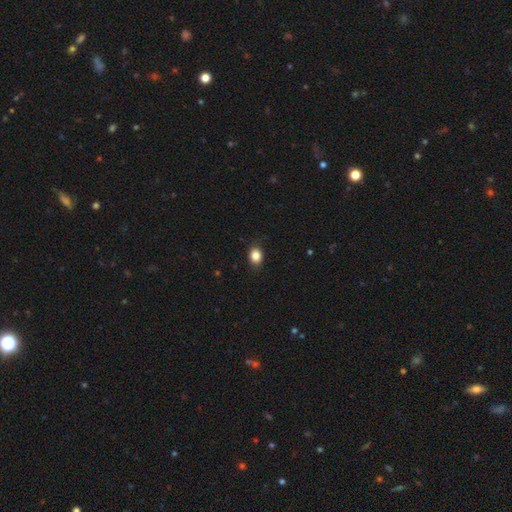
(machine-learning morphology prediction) Smooth or featured?
  - smooth: 85% *
  - star or artifact: 10%
  - featured or disk: 5%
How rounded?
  - in between: 55% *
  - round: 44%
  - cigar-shaped: 1%
Merging?
  - none: 84% *
  - minor disturbance: 13%
  - major disturbance: 2%
  - merger: 1%